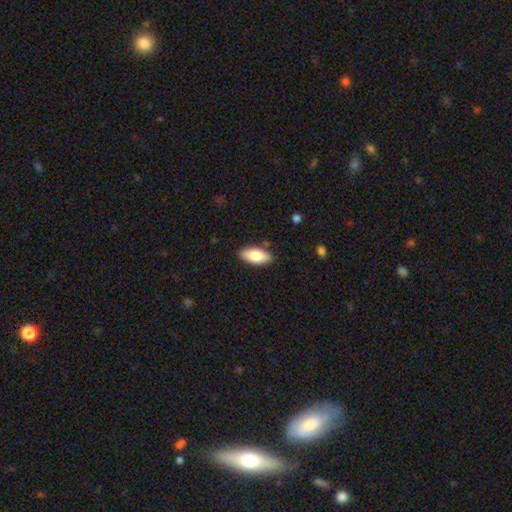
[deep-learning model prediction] Smooth or featured: smooth — 77% (featured or disk — 17%)
How rounded: in between — 87% (cigar-shaped — 11%)
Merging: none — 85% (minor disturbance — 11%)